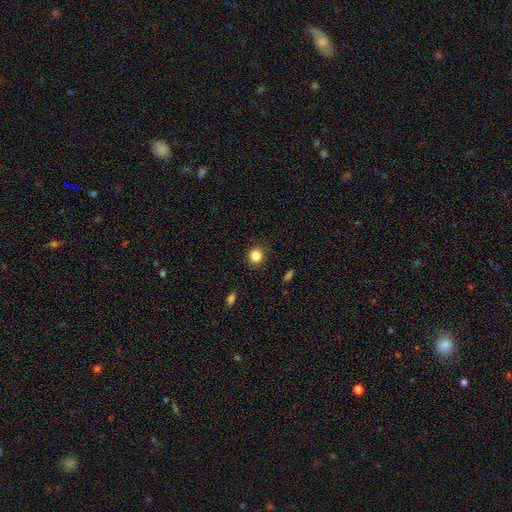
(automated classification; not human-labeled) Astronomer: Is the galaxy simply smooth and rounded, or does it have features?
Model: smooth — 84%.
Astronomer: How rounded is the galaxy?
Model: round — 86%.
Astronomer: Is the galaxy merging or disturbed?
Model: none — 89%.